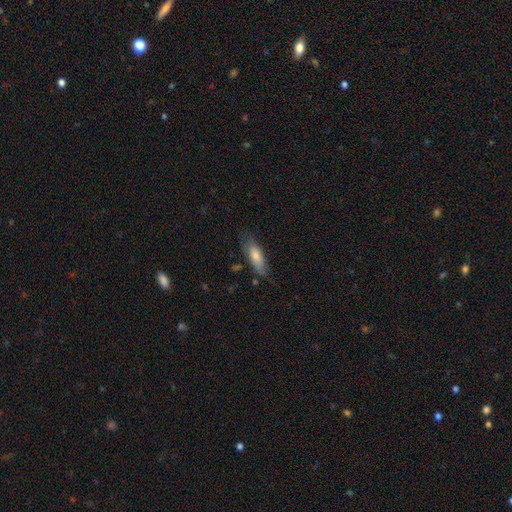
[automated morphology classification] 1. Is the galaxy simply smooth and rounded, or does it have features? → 75% smooth, 19% featured or disk, 6% star or artifact.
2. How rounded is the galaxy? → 60% in between, 38% cigar-shaped, 2% round.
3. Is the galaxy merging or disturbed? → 65% none, 26% minor disturbance, 6% major disturbance, 2% merger.